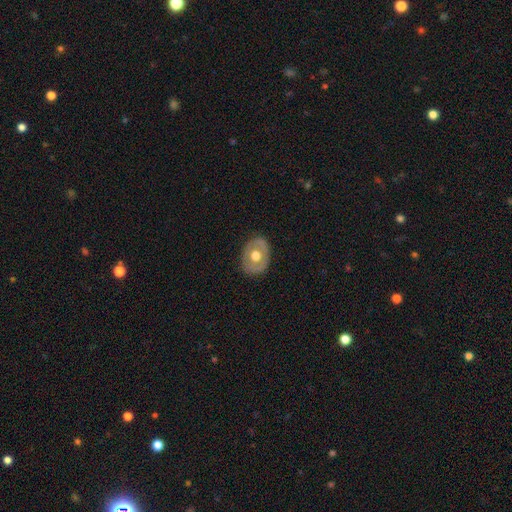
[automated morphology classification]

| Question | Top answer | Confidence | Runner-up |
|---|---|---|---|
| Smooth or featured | featured or disk | 49% | smooth (45%) |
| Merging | none | 81% | minor disturbance (14%) |